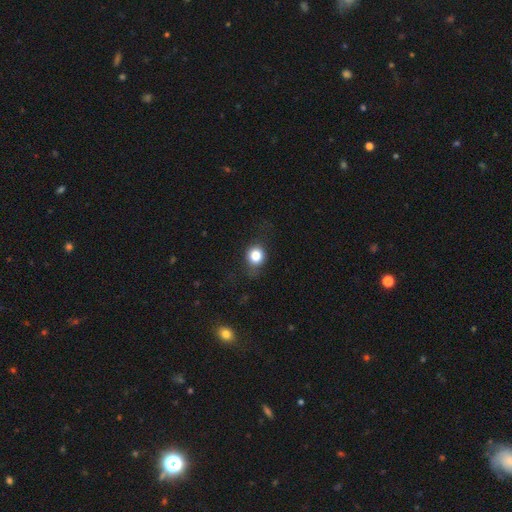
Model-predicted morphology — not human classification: type=smooth (80%); roundness=round (74%); merging=none (74%).